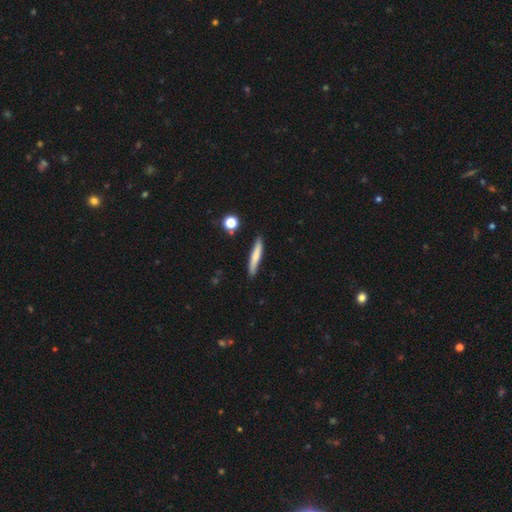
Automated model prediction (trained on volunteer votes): Overall: smooth (69%). How rounded: cigar-shaped (92%). Merging: none (86%).